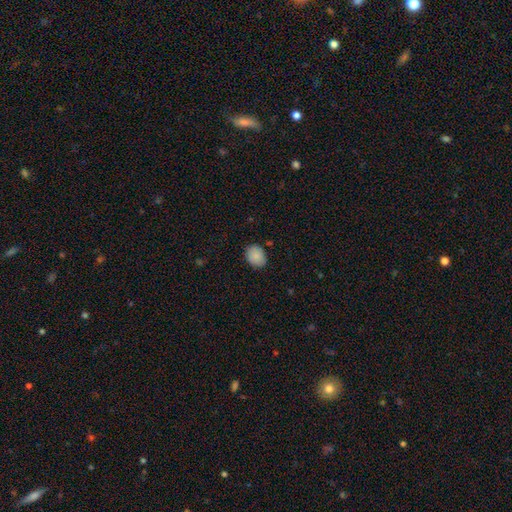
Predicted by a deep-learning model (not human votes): A smooth galaxy with no disk features (88%) that is in between round and cigar-shaped (57%).

Vote fractions:
- Smooth or featured? smooth: 88% / star or artifact: 7% / featured or disk: 4%
- How rounded? in between: 57% / round: 42% / cigar-shaped: 1%
- Merging? none: 84% / minor disturbance: 12% / major disturbance: 2% / merger: 1%